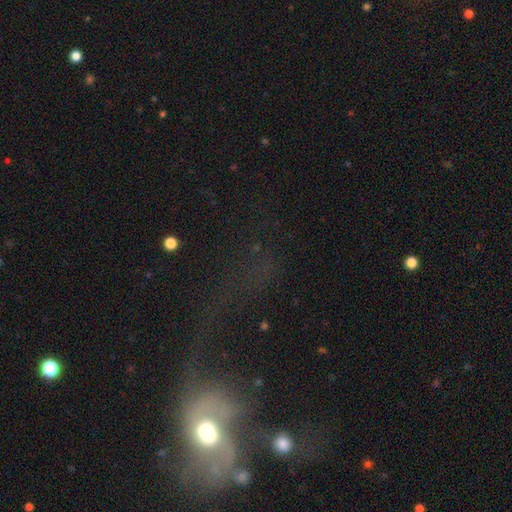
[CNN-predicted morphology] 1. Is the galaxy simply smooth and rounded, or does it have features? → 41% star or artifact, 32% featured or disk, 28% smooth.